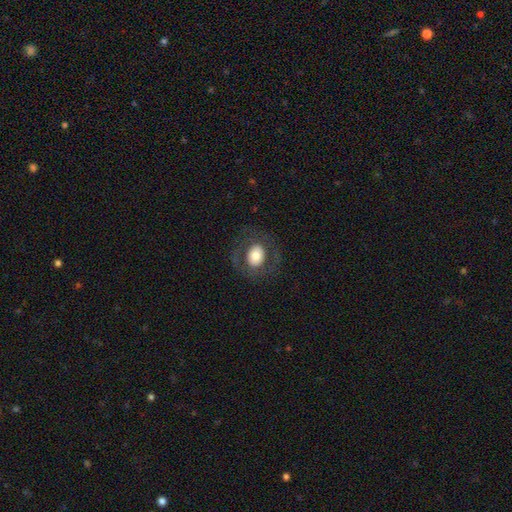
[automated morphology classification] This is likely a smooth galaxy (64%). How rounded: possibly in between (53%). Merging: likely none (76%).